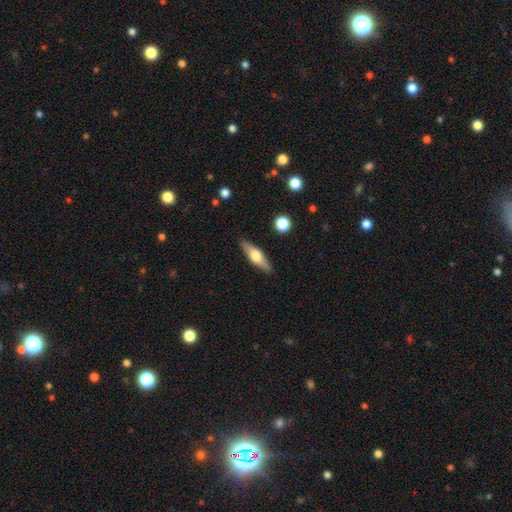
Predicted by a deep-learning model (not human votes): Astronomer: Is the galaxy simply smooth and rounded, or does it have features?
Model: smooth — 48% (runner-up: featured or disk, 46%).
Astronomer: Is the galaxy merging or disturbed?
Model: none — 88%.